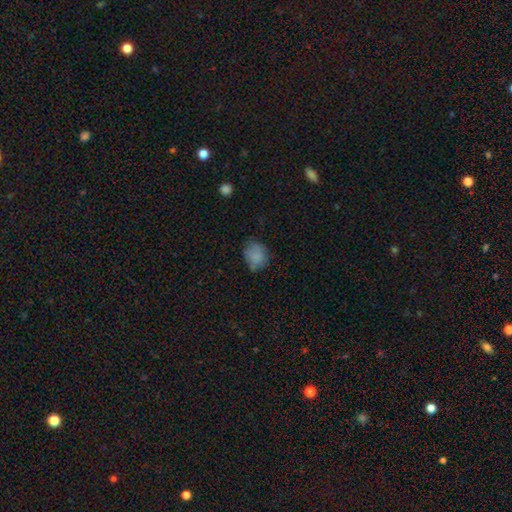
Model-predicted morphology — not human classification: type=smooth (81%); roundness=round (63%); merging=none (61%).